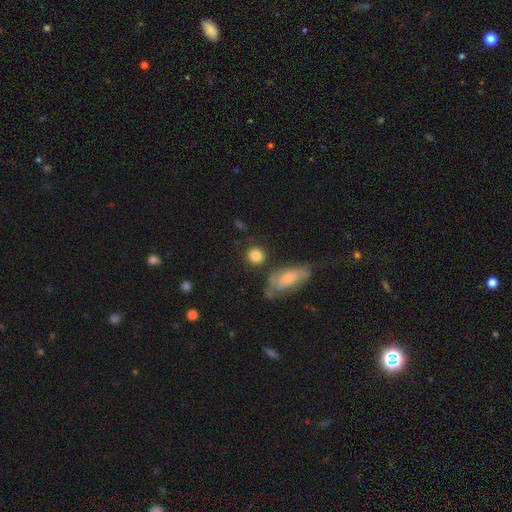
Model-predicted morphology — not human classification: smooth 83%, featured or disk 10%, star or artifact 8%. Down the decision tree: how rounded — round (87%); merging — none (77%).